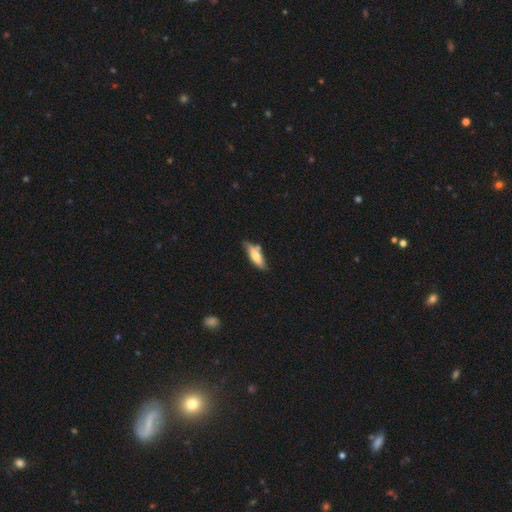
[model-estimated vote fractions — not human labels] Overall: smooth (62%; featured or disk 32%). How rounded: cigar-shaped (53%; in between 45%). Merging: none (66%).